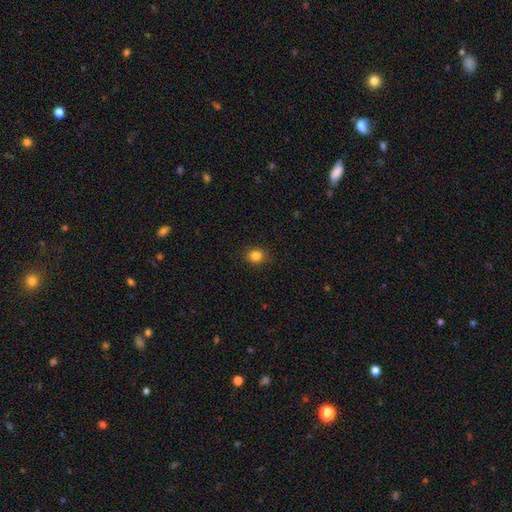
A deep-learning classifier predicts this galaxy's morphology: The model was most divided on "how rounded": round: 70%, in between: 30%, cigar-shaped: 1%. More confident: merging — none (89%); smooth or featured — smooth (84%).